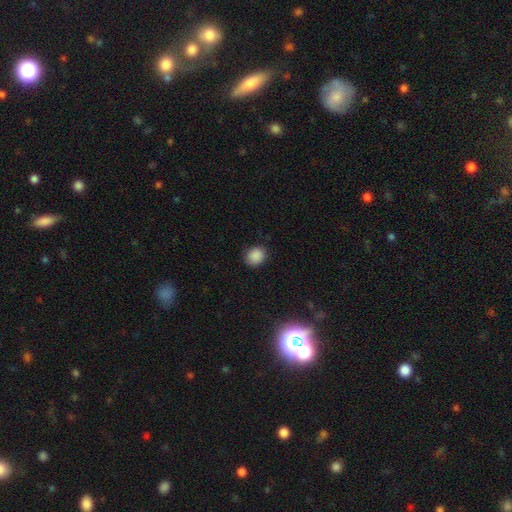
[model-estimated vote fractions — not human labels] smooth_or_featured: smooth (p=0.88) [alt: star or artifact p=0.09]
how_rounded: round (p=0.64) [alt: in between p=0.35]
merging: none (p=0.85) [alt: minor disturbance p=0.11]